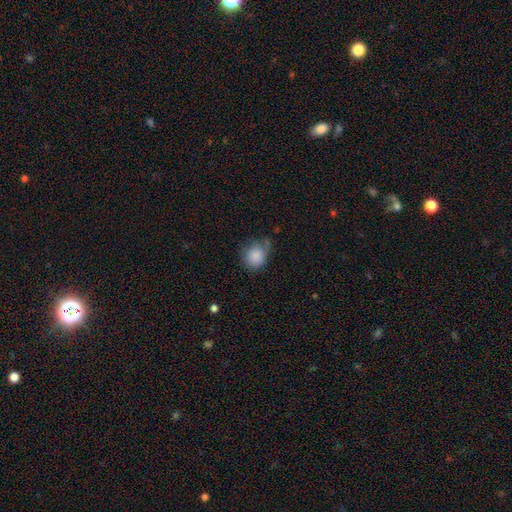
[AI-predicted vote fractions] smooth 86%, star or artifact 8%, featured or disk 6%. Down the decision tree: how rounded — round (69%); merging — none (50%).